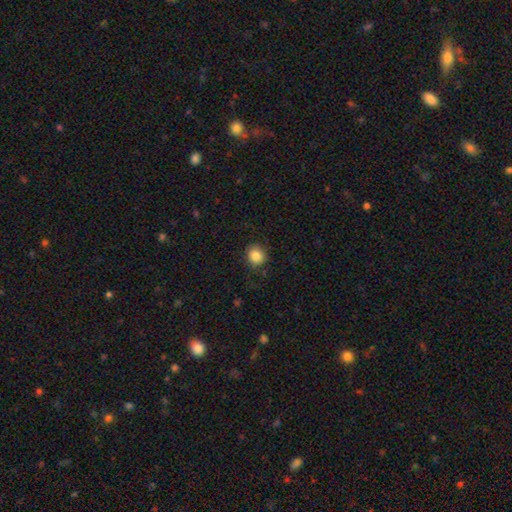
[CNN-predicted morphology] Overall: smooth (85%). How rounded: round (82%). Merging: none (83%).